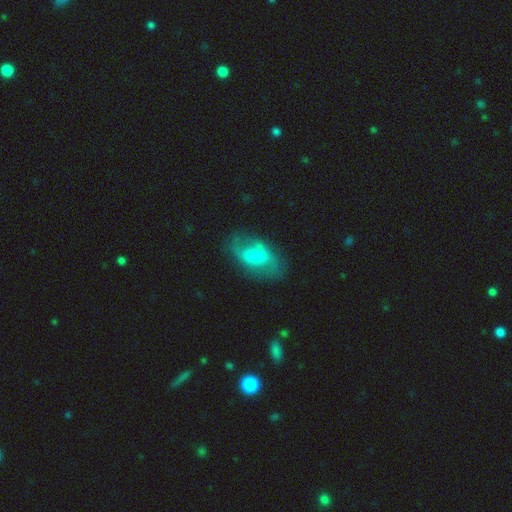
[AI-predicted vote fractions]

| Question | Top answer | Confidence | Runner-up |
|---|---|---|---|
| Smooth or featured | featured or disk | 49% | smooth (43%) |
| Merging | none | 58% | minor disturbance (23%) |